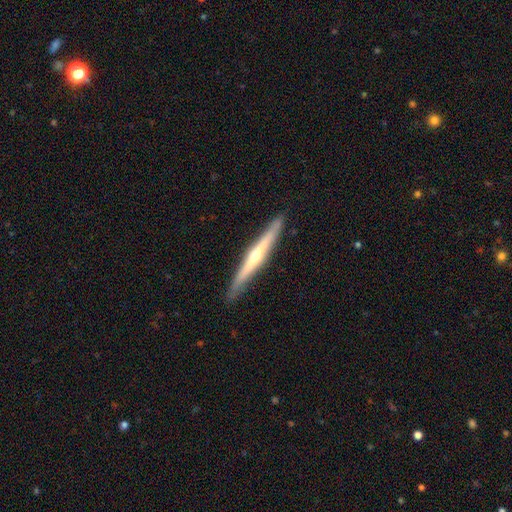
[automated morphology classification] Smooth or featured? Predicted: featured or disk (p=0.71). Edge-on disk? Predicted: yes (p=0.97). Edge-on bulge? Predicted: rounded (p=0.76). Merging? Predicted: none (p=0.91).